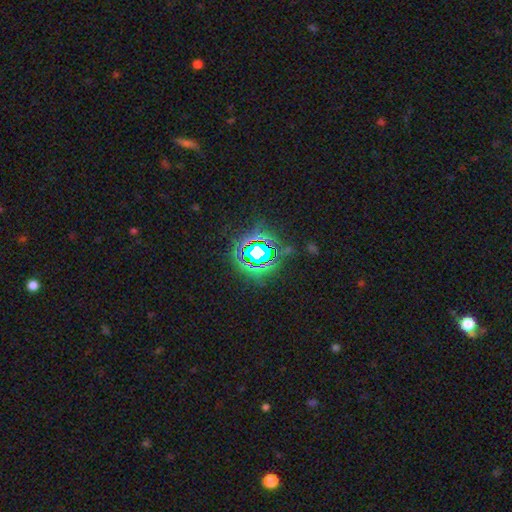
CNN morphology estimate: The model was most divided on "smooth or featured": star or artifact: 78%, smooth: 13%, featured or disk: 8%.